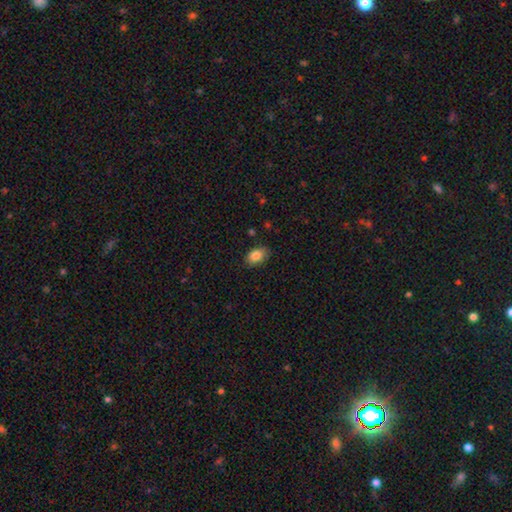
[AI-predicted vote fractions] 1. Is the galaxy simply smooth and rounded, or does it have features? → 85% smooth, 8% star or artifact, 7% featured or disk.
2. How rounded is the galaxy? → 86% in between, 13% round, 1% cigar-shaped.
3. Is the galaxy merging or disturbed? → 80% none, 16% minor disturbance, 3% major disturbance, 1% merger.